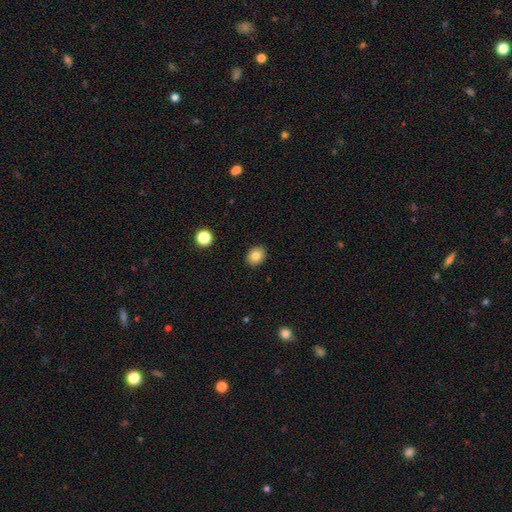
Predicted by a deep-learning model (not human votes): This is clearly a smooth galaxy (82%). How rounded: possibly in between (55%). Merging: clearly none (89%).